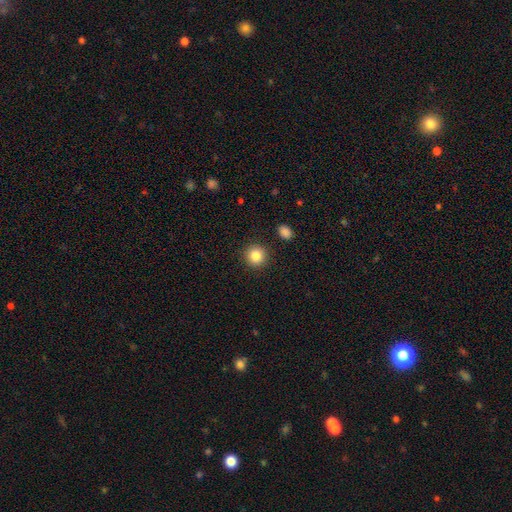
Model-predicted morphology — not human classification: Smooth or featured? smooth (85%)
How rounded? round (93%)
Merging? none (91%)